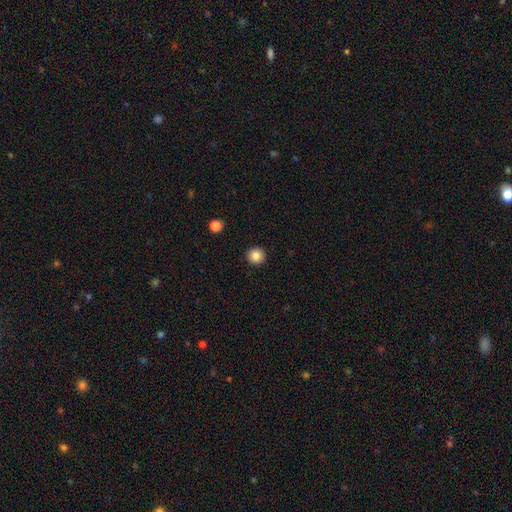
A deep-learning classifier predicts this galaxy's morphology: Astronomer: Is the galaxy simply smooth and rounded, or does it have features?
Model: smooth — 85%.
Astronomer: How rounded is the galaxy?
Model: round — 94%.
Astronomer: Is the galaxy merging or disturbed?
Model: none — 93%.